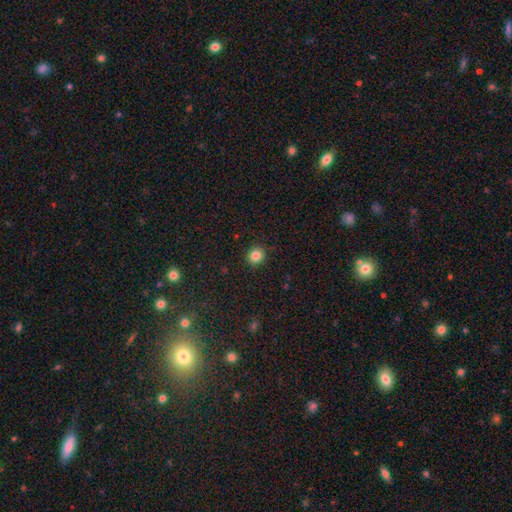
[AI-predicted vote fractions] This is clearly a smooth galaxy (84%). How rounded: clearly round (88%). Merging: clearly none (91%).